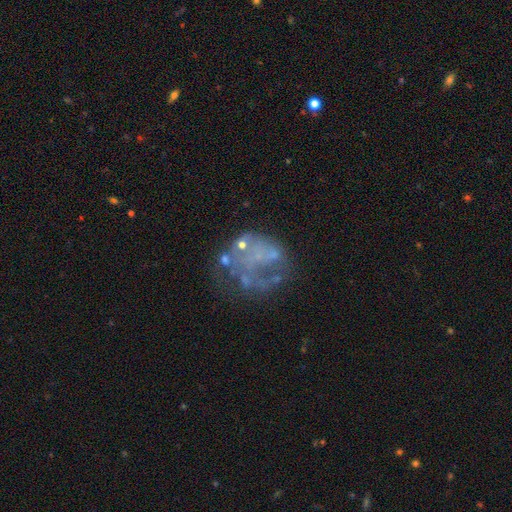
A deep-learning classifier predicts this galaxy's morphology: smooth-or-featured: featured or disk: 61% | star or artifact: 19% | smooth: 19%
  disk-edge-on: no: 98% | yes: 2%
    bar: no: 93% | weak: 5% | strong: 2%
    has-spiral-arms: no: 88% | yes: 12%
    bulge-size: none: 82% | small: 11% | moderate: 4% | large: 1% | dominant: 1%
  merging: none: 44% | major disturbance: 30% | minor disturbance: 17% | merger: 9%